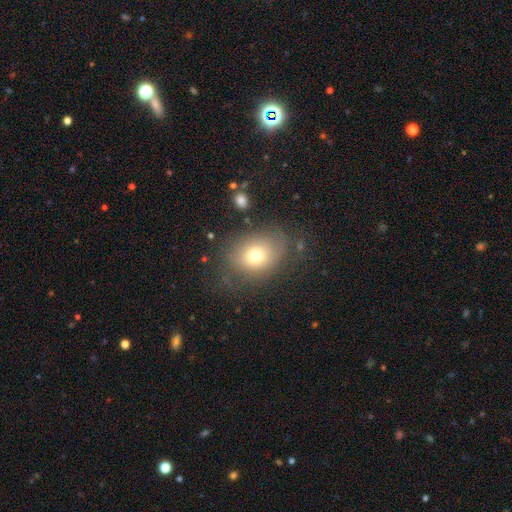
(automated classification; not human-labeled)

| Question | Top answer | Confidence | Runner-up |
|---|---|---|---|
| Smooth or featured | smooth | 70% | featured or disk (17%) |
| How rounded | in between | 50% | round (49%) |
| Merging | none | 69% | minor disturbance (18%) |